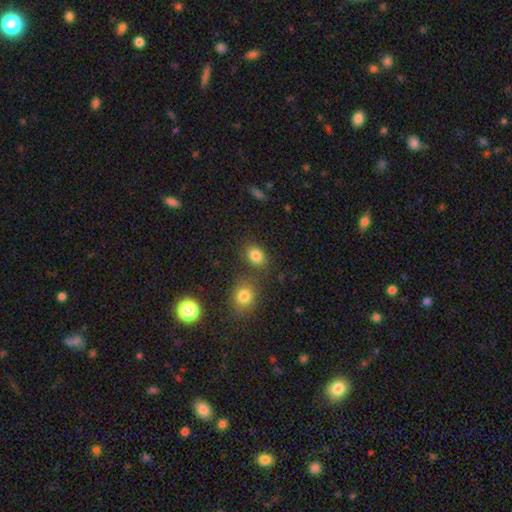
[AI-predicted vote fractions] Smooth or featured: smooth — 81% (star or artifact — 13%)
How rounded: in between — 55% (round — 44%)
Merging: none — 69% (merger — 13%)